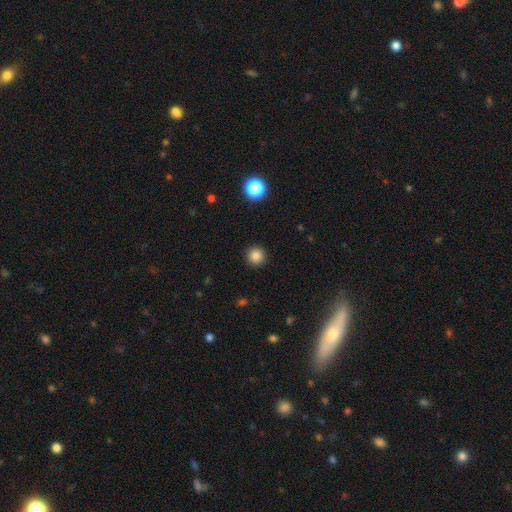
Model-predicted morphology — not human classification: smooth 83%, star or artifact 12%, featured or disk 5%. Down the decision tree: how rounded — round (95%); merging — none (93%).